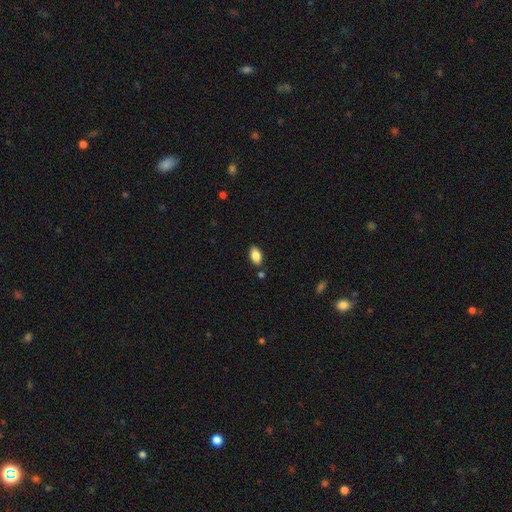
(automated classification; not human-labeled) smooth-or-featured: smooth: 85% | featured or disk: 8% | star or artifact: 8%
  how-rounded: in between: 92% | round: 4% | cigar-shaped: 3%
  merging: none: 84% | minor disturbance: 10% | merger: 4% | major disturbance: 2%